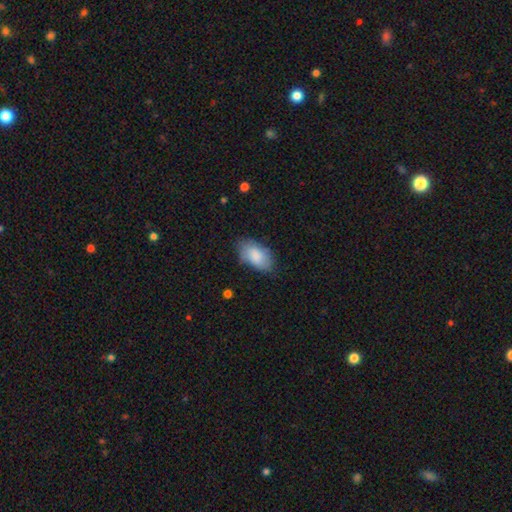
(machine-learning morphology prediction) Smooth or featured? Predicted: smooth (p=0.83). How rounded? Predicted: in between (p=0.94). Merging? Predicted: none (p=0.69).